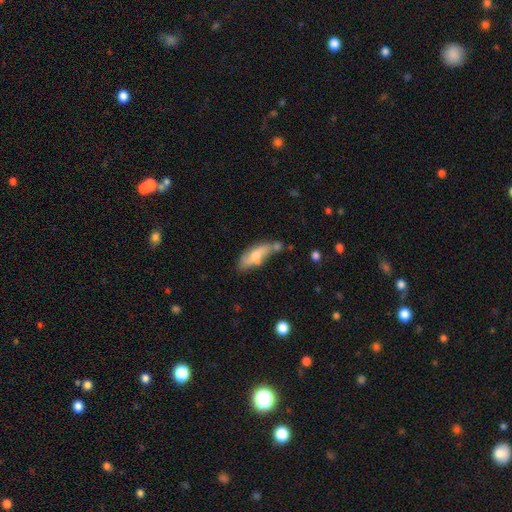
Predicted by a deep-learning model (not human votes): This appears to be a smooth galaxy with no disk features (55%) that is in between round and cigar-shaped (65%). Merging: none (37%).